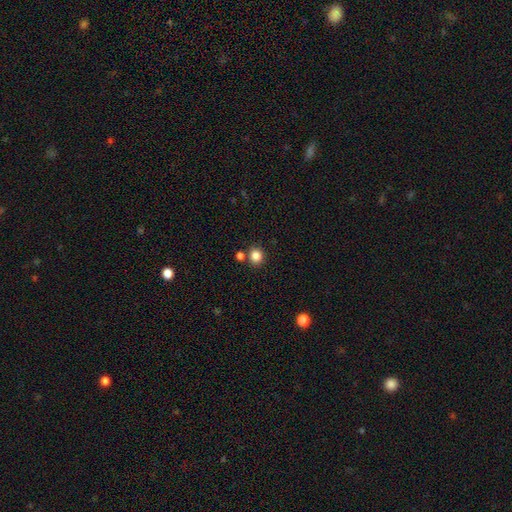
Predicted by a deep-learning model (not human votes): smooth-or-featured: smooth: 84% | star or artifact: 12% | featured or disk: 4%
  how-rounded: round: 86% | in between: 13% | cigar-shaped: 1%
  merging: none: 79% | merger: 11% | minor disturbance: 8% | major disturbance: 2%